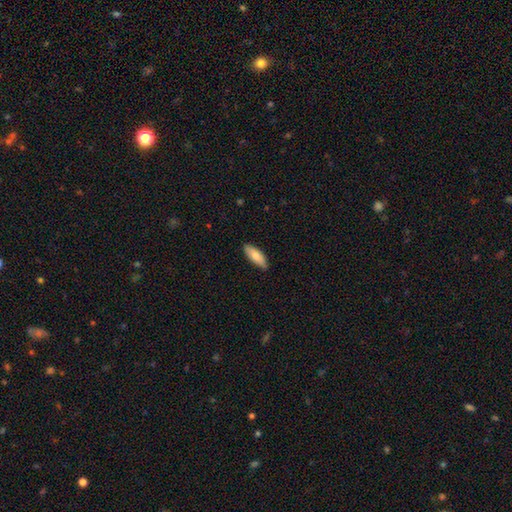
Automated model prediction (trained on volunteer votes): Overall: smooth (81%). How rounded: in between (67%; cigar-shaped 31%). Merging: none (85%).